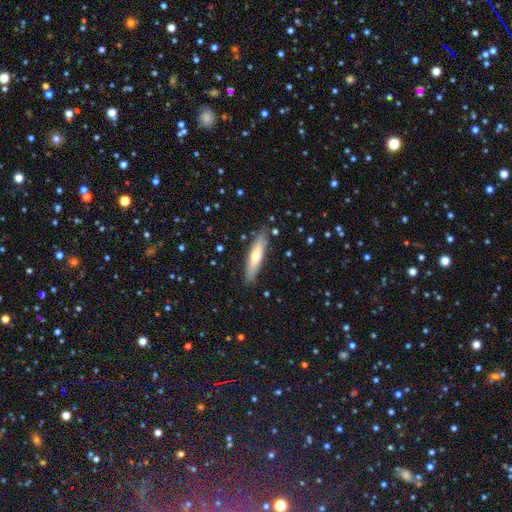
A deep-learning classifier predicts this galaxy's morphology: A smooth galaxy with no disk features (54%) that is cigar-shaped (74%). Merging: none (85%).